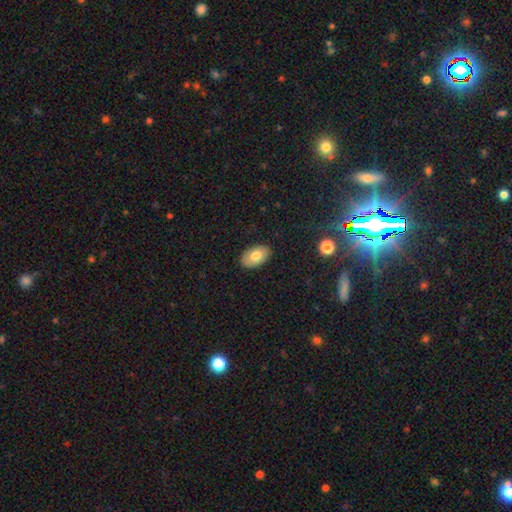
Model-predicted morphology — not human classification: Smooth or featured? smooth (76%)
How rounded? in between (92%)
Merging? none (88%)